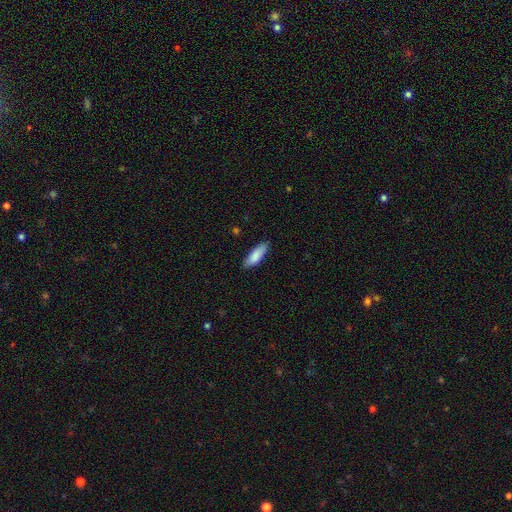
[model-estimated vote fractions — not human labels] Q: Smooth or featured?
A: smooth (85%); runner-up: featured or disk (10%)
Q: How rounded?
A: in between (59%); runner-up: cigar-shaped (39%)
Q: Merging?
A: none (83%); runner-up: minor disturbance (14%)